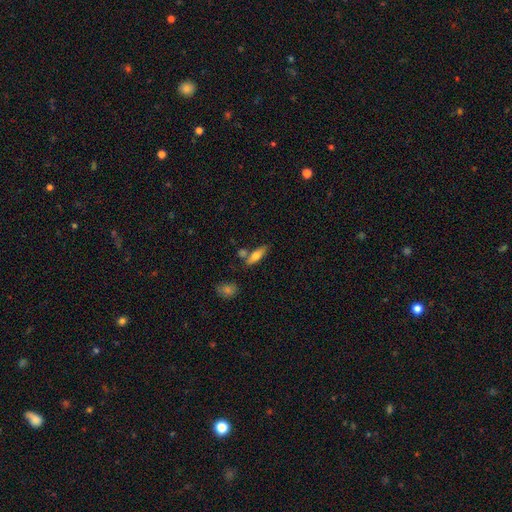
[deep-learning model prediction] Smooth or featured?
  - smooth: 62% *
  - featured or disk: 32%
  - star or artifact: 7%
How rounded?
  - in between: 51% *
  - cigar-shaped: 46%
  - round: 3%
Merging?
  - none: 65% *
  - merger: 18%
  - minor disturbance: 14%
  - major disturbance: 4%